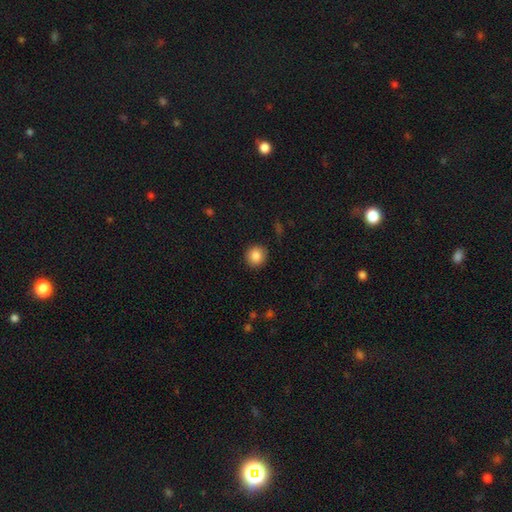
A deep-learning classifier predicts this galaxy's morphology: Q: Smooth or featured?
A: smooth (86%); runner-up: star or artifact (9%)
Q: How rounded?
A: round (91%); runner-up: in between (8%)
Q: Merging?
A: none (90%); runner-up: minor disturbance (7%)